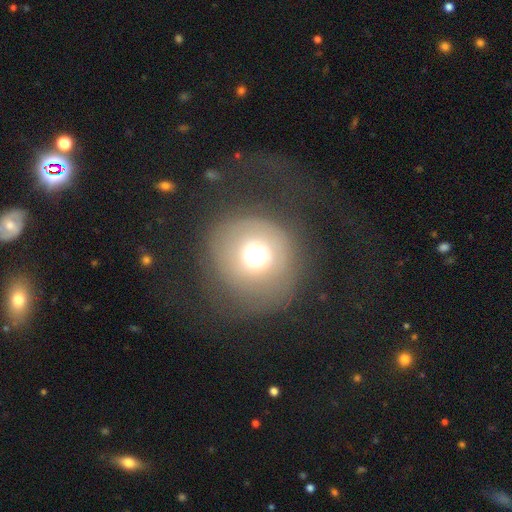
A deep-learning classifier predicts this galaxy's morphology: The model was most divided on "smooth or featured": smooth: 60%, featured or disk: 26%, star or artifact: 14%. More confident: how rounded — round (88%); merging — none (60%).